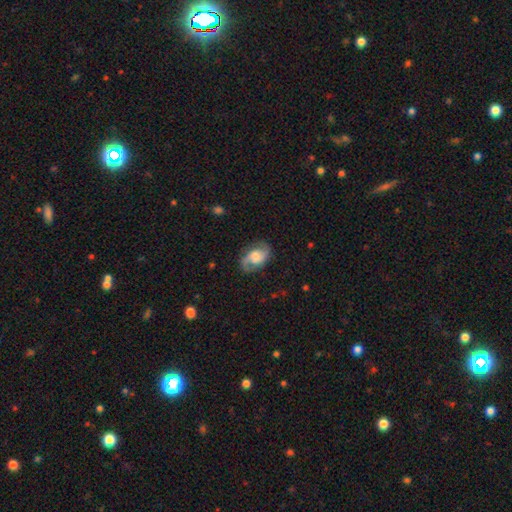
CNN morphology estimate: smooth_or_featured: featured or disk (p=0.76) [alt: smooth p=0.18]
disk_edge_on: no (p=0.97) [alt: yes p=0.03]
bar: no (p=0.57) [alt: weak p=0.36]
has_spiral_arms: yes (p=0.94) [alt: no p=0.06]
spiral_winding: medium (p=0.47) [alt: loose p=0.34]
spiral_arm_count: 2 (p=0.88) [alt: can't tell p=0.05]
bulge_size: moderate (p=0.52) [alt: small p=0.29]
merging: none (p=0.77) [alt: minor disturbance p=0.16]